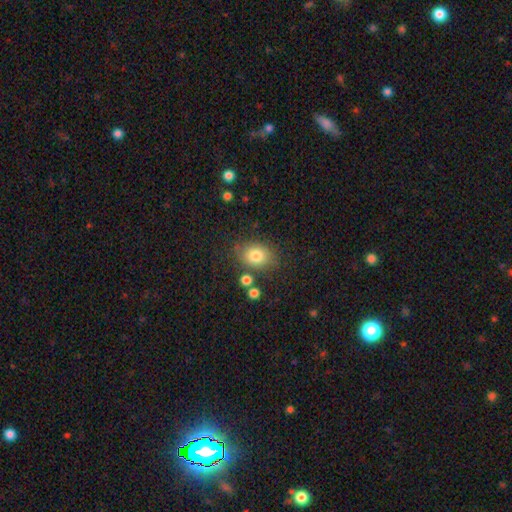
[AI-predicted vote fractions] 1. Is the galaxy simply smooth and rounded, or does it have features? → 78% smooth, 11% star or artifact, 10% featured or disk.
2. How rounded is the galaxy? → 54% in between, 45% round, 1% cigar-shaped.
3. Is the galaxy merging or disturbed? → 74% none, 15% minor disturbance, 7% merger, 5% major disturbance.